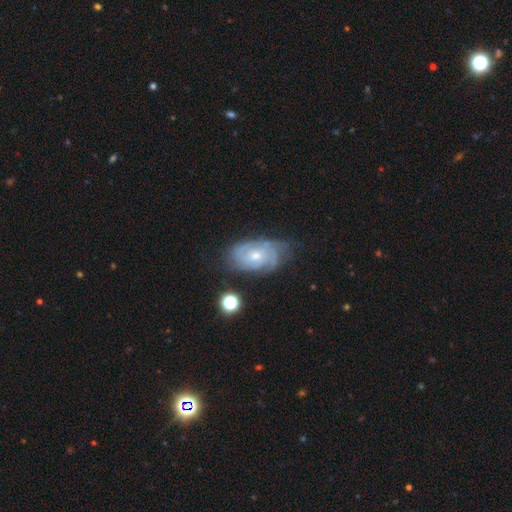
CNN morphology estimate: Smooth or featured: featured or disk — 82% (smooth — 11%)
Edge-on disk: no — 96% (yes — 4%)
Bar: no — 70% (weak — 26%)
Spiral arms: yes — 95% (no — 5%)
Spiral winding: tight — 67% (medium — 27%)
Spiral arm count: can't tell — 34% (3 — 25%)
Bulge size: small — 56% (moderate — 40%)
Merging: none — 65% (minor disturbance — 24%)